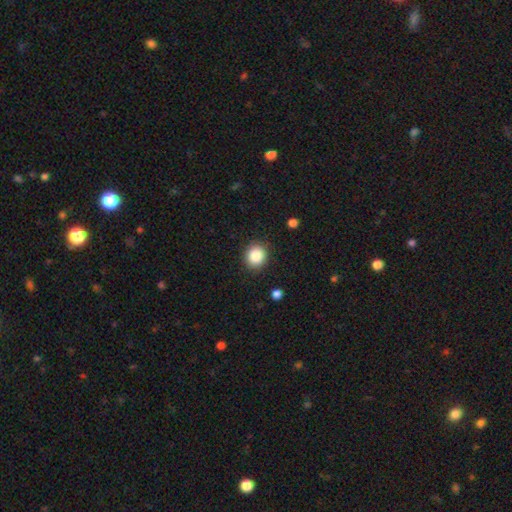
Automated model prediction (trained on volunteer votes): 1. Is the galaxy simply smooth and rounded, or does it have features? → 87% smooth, 9% star or artifact, 4% featured or disk.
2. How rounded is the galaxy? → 82% round, 17% in between, 1% cigar-shaped.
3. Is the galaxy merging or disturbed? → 89% none, 7% minor disturbance, 2% major disturbance, 1% merger.